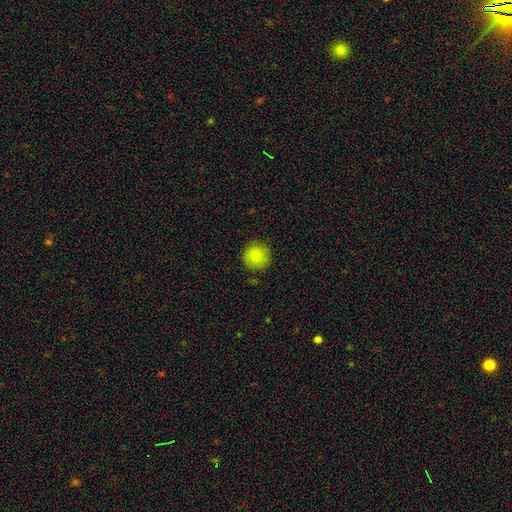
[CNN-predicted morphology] Q: Smooth or featured?
A: smooth (87%); runner-up: star or artifact (9%)
Q: How rounded?
A: round (94%); runner-up: in between (6%)
Q: Merging?
A: none (86%); runner-up: minor disturbance (10%)